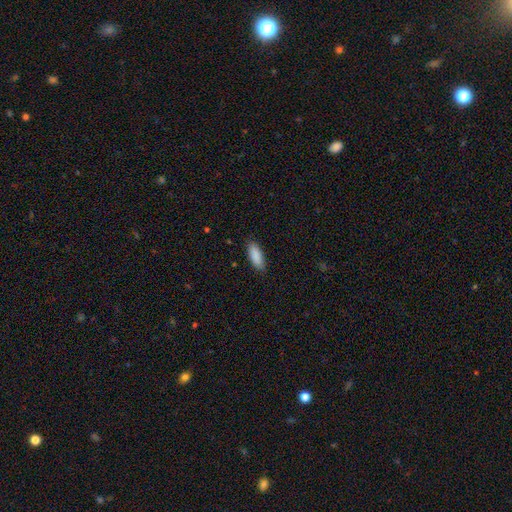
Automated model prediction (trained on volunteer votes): This appears to be a smooth galaxy with no disk features (89%) that is in between round and cigar-shaped (69%). Merging: none (84%).